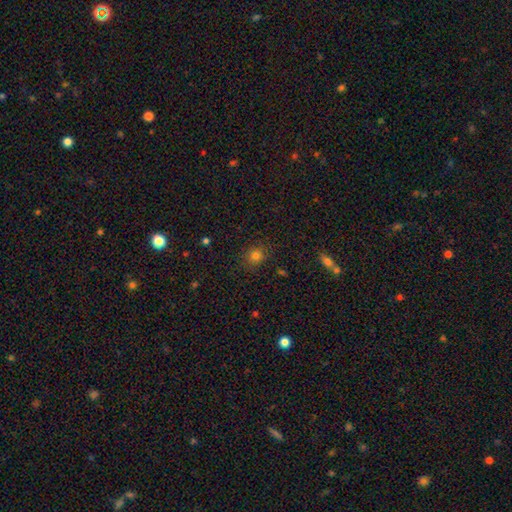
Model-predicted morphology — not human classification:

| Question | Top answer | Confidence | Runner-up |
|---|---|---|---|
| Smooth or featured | smooth | 78% | star or artifact (16%) |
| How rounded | round | 84% | in between (15%) |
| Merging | none | 87% | minor disturbance (9%) |